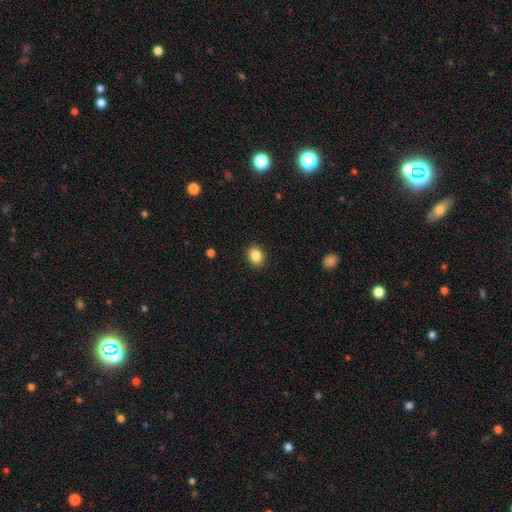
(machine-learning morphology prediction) Overall: smooth (86%). How rounded: in between (50%; round 49%). Merging: none (90%).